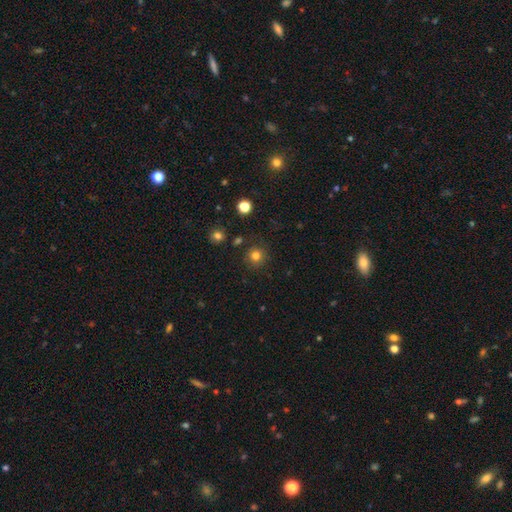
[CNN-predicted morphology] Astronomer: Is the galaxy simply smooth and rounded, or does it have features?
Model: smooth — 79%.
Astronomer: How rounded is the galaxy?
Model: round — 93%.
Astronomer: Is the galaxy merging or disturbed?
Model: none — 86%.